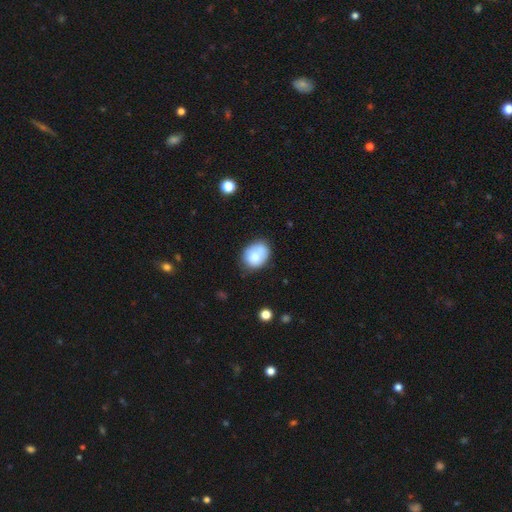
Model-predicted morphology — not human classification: Smooth or featured: smooth — 74% (featured or disk — 17%)
How rounded: in between — 52% (round — 47%)
Merging: none — 56% (minor disturbance — 26%)